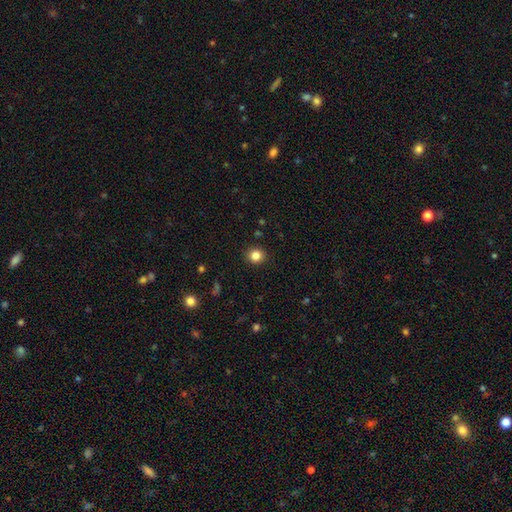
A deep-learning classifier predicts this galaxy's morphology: smooth 84%, star or artifact 12%, featured or disk 5%. Down the decision tree: how rounded — round (88%); merging — none (91%).